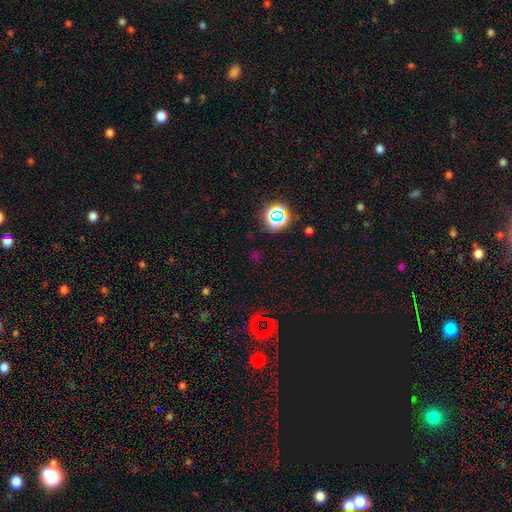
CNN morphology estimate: Smooth or featured? star or artifact (63%)